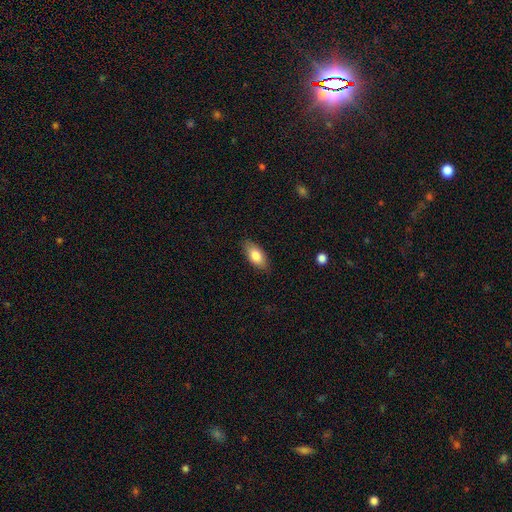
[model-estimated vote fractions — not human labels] Smooth or featured? smooth (81%)
How rounded? in between (89%)
Merging? none (85%)